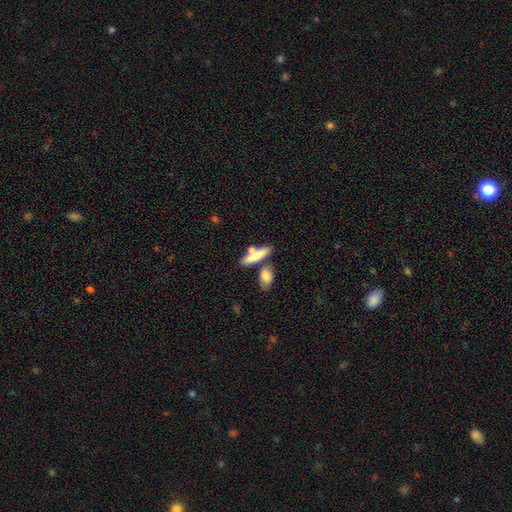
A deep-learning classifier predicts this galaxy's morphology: This appears to be a smooth galaxy with no disk features (69%) that is cigar-shaped (61%). Merging: none (56%).